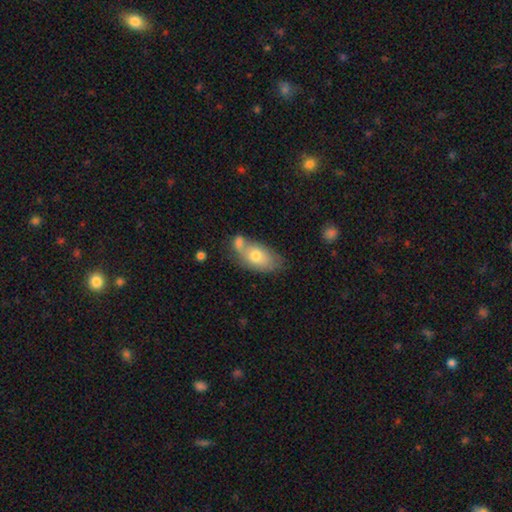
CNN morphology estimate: The model was most divided on "merging": merger: 39%, none: 37%, minor disturbance: 17%, major disturbance: 7%. More confident: how rounded — in between (88%); smooth or featured — smooth (70%).